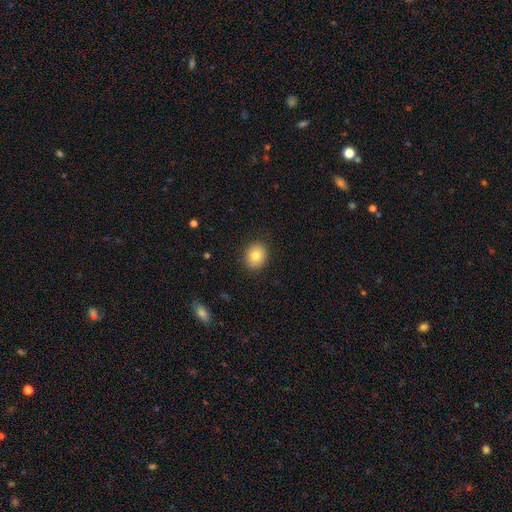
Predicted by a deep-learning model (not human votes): Smooth or featured: smooth — 81% (featured or disk — 10%)
How rounded: round — 69% (in between — 30%)
Merging: none — 90% (minor disturbance — 7%)